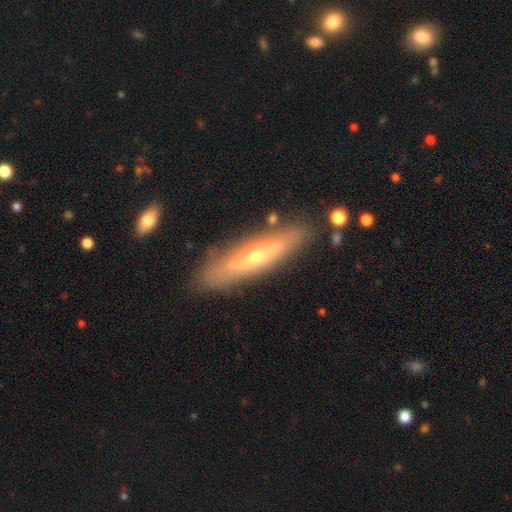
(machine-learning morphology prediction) Smooth or featured? featured or disk (60%)
Edge-on disk? yes (70%)
Merging? none (83%)